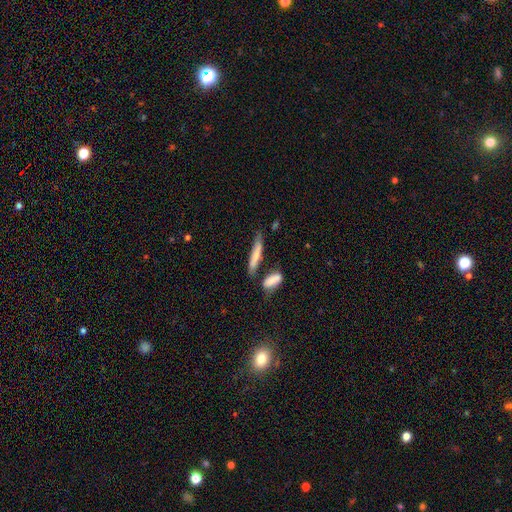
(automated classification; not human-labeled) Smooth or featured?
  - smooth: 71% *
  - featured or disk: 23%
  - star or artifact: 7%
How rounded?
  - cigar-shaped: 84% *
  - in between: 14%
  - round: 2%
Merging?
  - none: 59% *
  - minor disturbance: 19%
  - merger: 15%
  - major disturbance: 6%